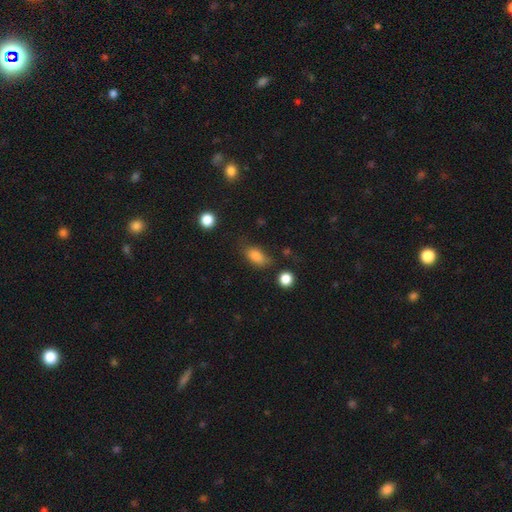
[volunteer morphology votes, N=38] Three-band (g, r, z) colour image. It shows a smooth galaxy with no disk features (87%) that is in between round and cigar-shaped (91%). Merging: none (66%).